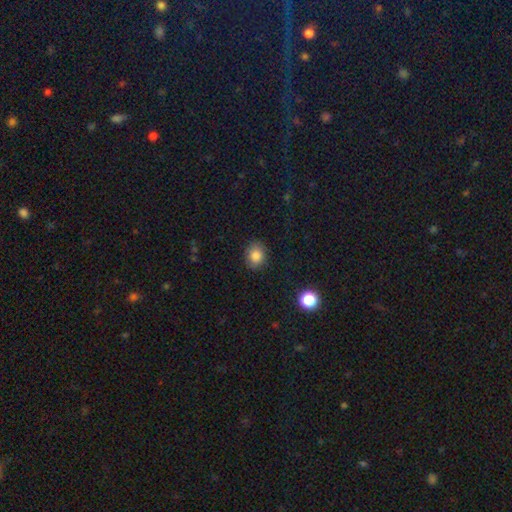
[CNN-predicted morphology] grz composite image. It shows a smooth galaxy with no disk features (85%) that is round (61%). Merging: none (86%).